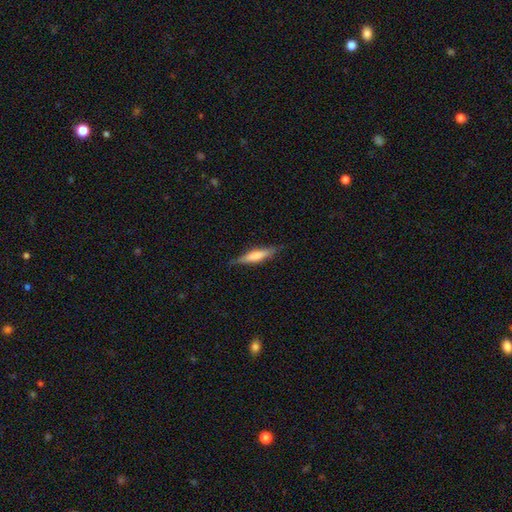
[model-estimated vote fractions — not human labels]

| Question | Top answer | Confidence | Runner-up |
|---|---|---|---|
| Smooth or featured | smooth | 55% | featured or disk (39%) |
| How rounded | cigar-shaped | 81% | in between (17%) |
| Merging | none | 83% | minor disturbance (14%) |